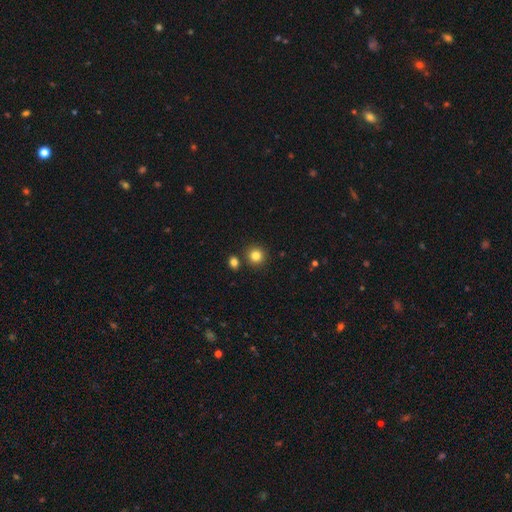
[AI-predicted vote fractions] The model was most divided on "smooth or featured": smooth: 83%, star or artifact: 12%, featured or disk: 5%. More confident: how rounded — round (92%); merging — none (85%).